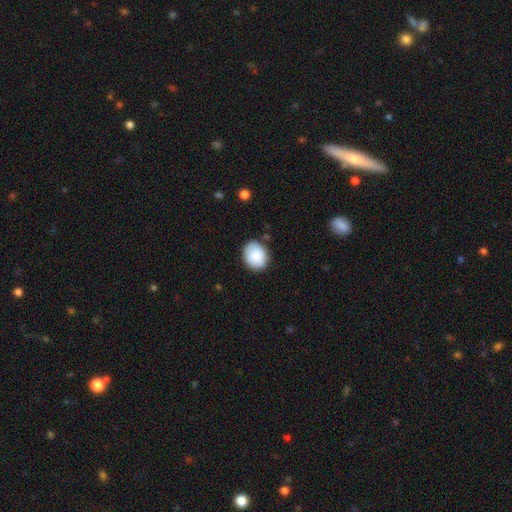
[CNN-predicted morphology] type=smooth (87%); roundness=round (50%); merging=none (82%).